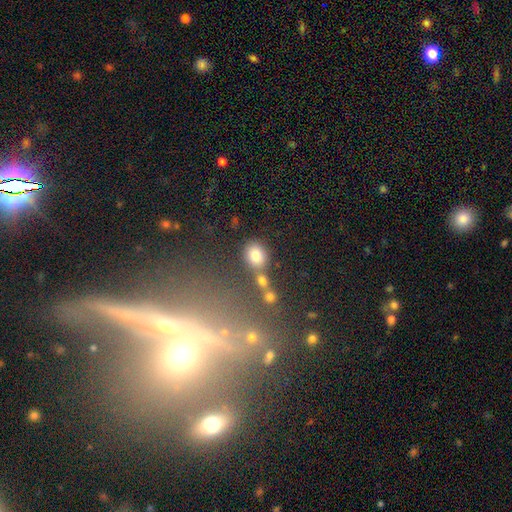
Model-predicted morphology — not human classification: smooth-or-featured: smooth: 80% | star or artifact: 12% | featured or disk: 8%
  how-rounded: round: 60% | in between: 39% | cigar-shaped: 2%
  merging: none: 65% | merger: 16% | minor disturbance: 13% | major disturbance: 6%